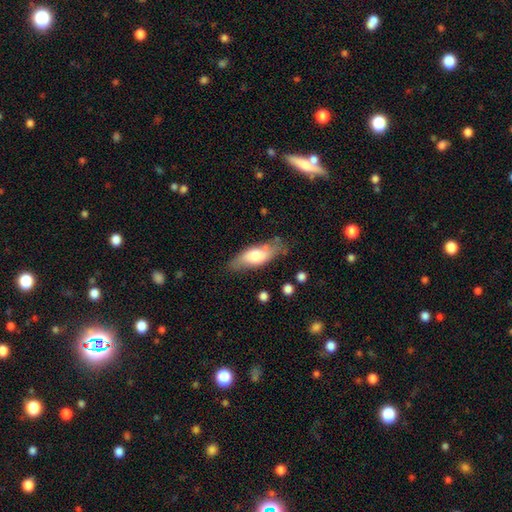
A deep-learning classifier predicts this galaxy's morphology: The model was most divided on "smooth or featured": smooth: 65%, featured or disk: 29%, star or artifact: 6%. More confident: merging — none (72%); how rounded — in between (71%).